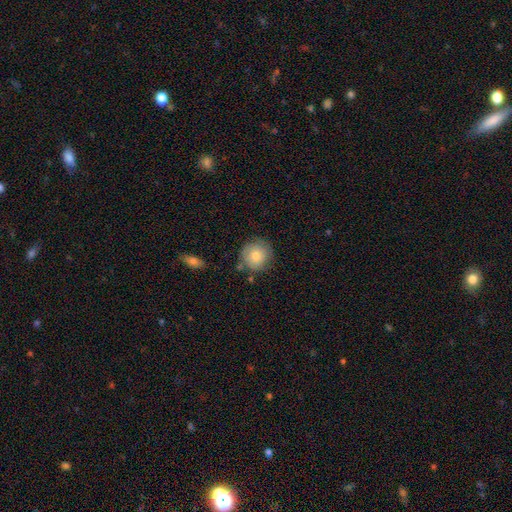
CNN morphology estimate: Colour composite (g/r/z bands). It shows a smooth galaxy with no disk features (76%) that is round (92%). Merging: none (78%).